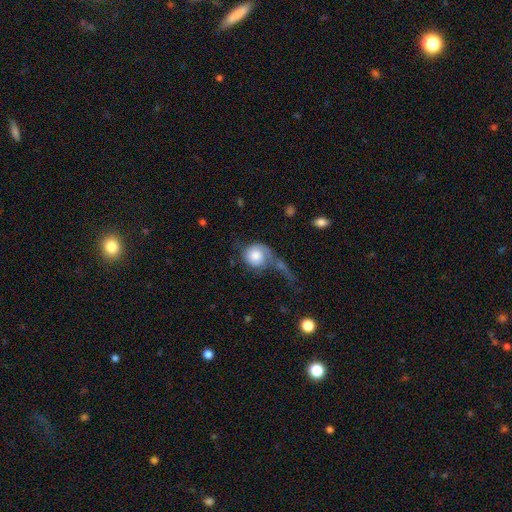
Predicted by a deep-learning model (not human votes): Smooth or featured: smooth — 54% (featured or disk — 38%)
How rounded: round — 81% (in between — 18%)
Merging: major disturbance — 41% (none — 25%)